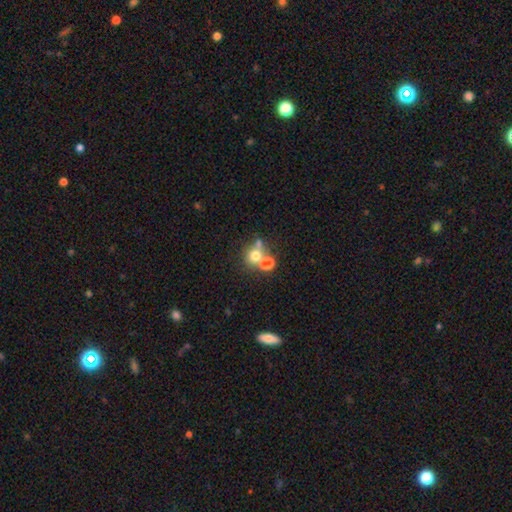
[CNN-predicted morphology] A smooth galaxy with no disk features (69%) that is round (76%). Merging: merger (44%).